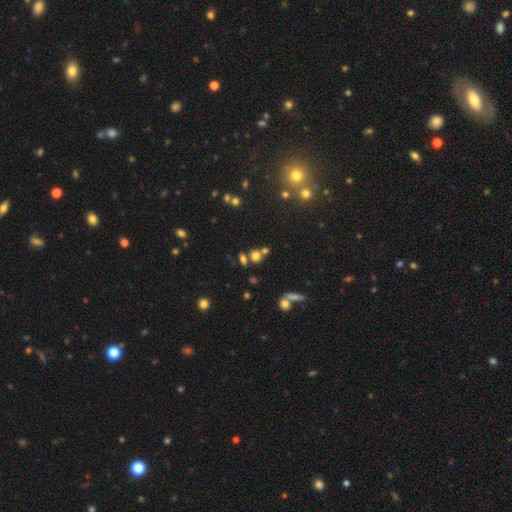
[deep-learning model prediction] Smooth or featured: smooth — 67% (star or artifact — 21%)
How rounded: round — 62% (in between — 35%)
Merging: none — 57% (merger — 28%)